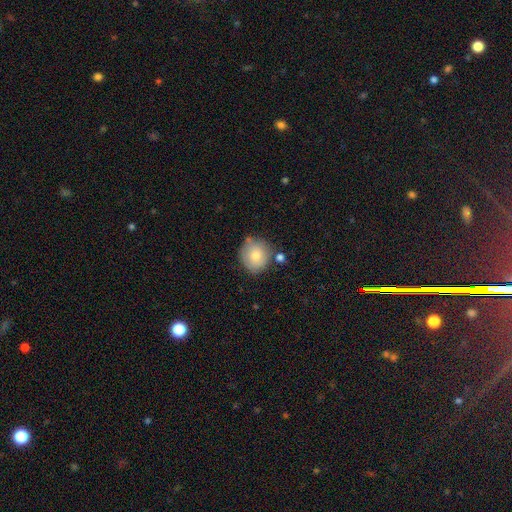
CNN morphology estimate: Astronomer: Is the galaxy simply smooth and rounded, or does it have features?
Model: smooth — 80%.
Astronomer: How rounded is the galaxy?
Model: round — 86%.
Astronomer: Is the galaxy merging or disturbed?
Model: none — 70%.